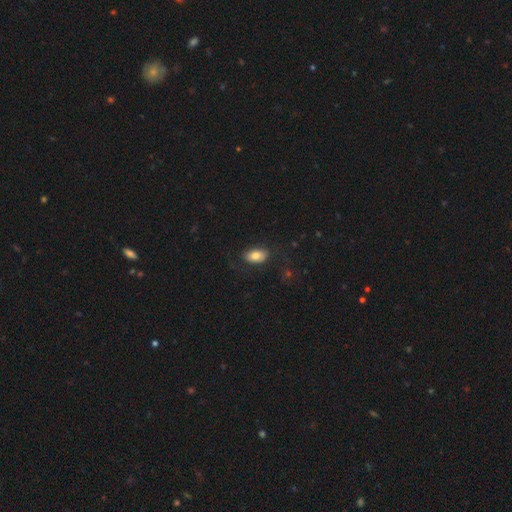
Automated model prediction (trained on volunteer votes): smooth-or-featured: smooth: 81% | featured or disk: 12% | star or artifact: 8%
  how-rounded: in between: 91% | round: 7% | cigar-shaped: 2%
  merging: none: 79% | minor disturbance: 14% | major disturbance: 6% | merger: 1%